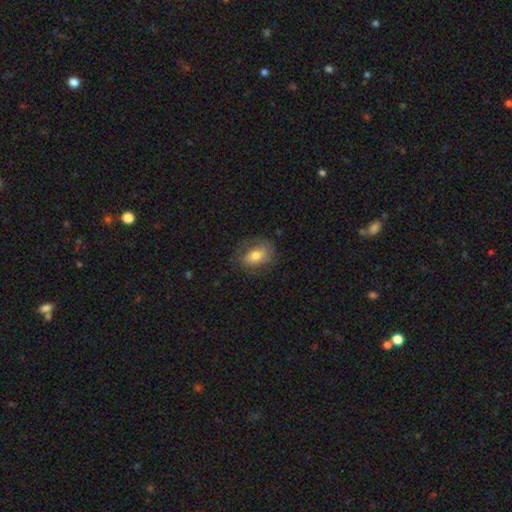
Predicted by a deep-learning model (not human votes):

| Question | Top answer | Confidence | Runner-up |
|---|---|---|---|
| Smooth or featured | smooth | 53% | featured or disk (39%) |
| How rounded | in between | 72% | round (26%) |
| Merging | none | 66% | minor disturbance (21%) |